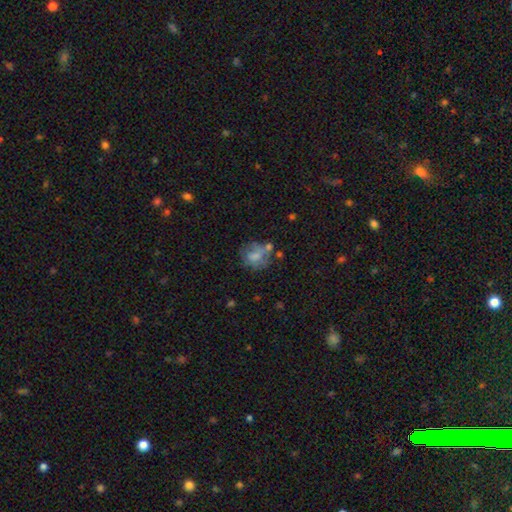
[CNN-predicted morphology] Smooth or featured? Predicted: smooth (p=0.55). How rounded? Predicted: round (p=0.63). Merging? Predicted: none (p=0.45).